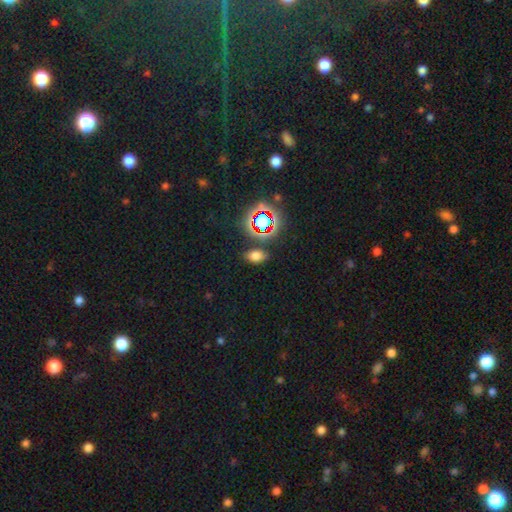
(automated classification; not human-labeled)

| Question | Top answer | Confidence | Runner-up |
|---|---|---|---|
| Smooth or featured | smooth | 66% | star or artifact (26%) |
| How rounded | in between | 84% | round (13%) |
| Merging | none | 82% | minor disturbance (11%) |